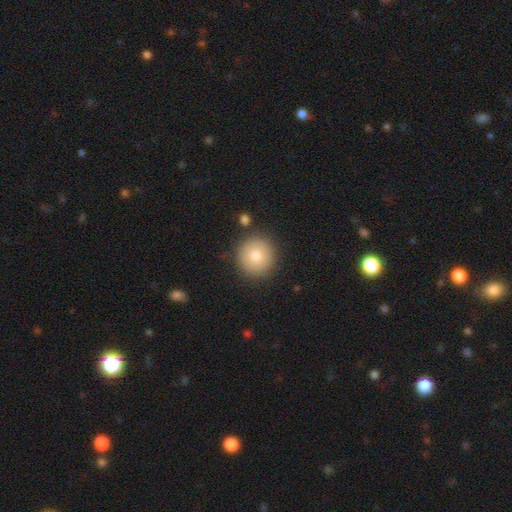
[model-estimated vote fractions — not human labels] This appears to be a smooth galaxy with no disk features (78%) that is round (96%). Merging: none (88%).